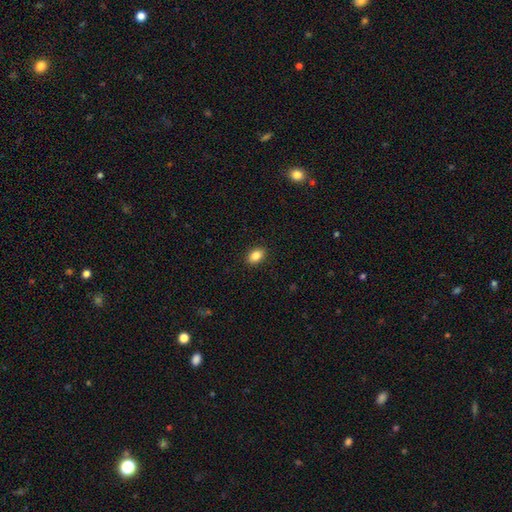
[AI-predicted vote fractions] smooth_or_featured: smooth (p=0.86) [alt: star or artifact p=0.08]
how_rounded: in between (p=0.85) [alt: round p=0.13]
merging: none (p=0.90) [alt: minor disturbance p=0.07]